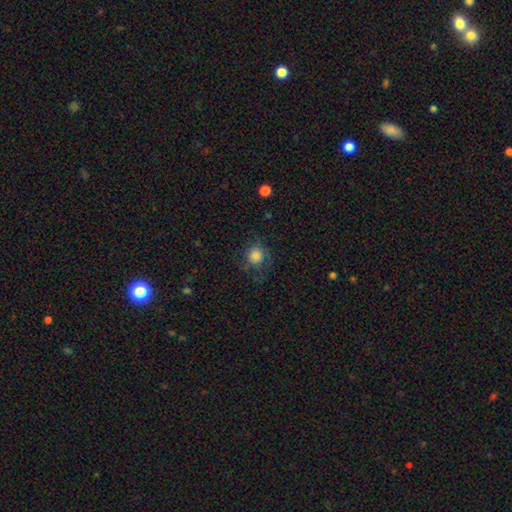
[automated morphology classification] This is likely a smooth galaxy (78%). How rounded: clearly round (87%). Merging: likely none (67%).